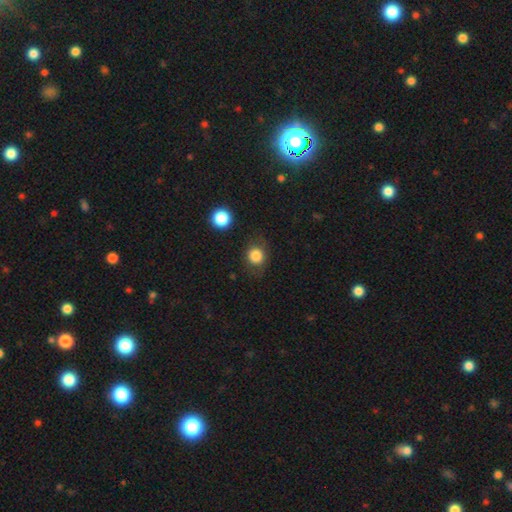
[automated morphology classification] smooth_or_featured: smooth (p=0.83) [alt: star or artifact p=0.11]
how_rounded: round (p=0.82) [alt: in between p=0.17]
merging: none (p=0.79) [alt: minor disturbance p=0.13]